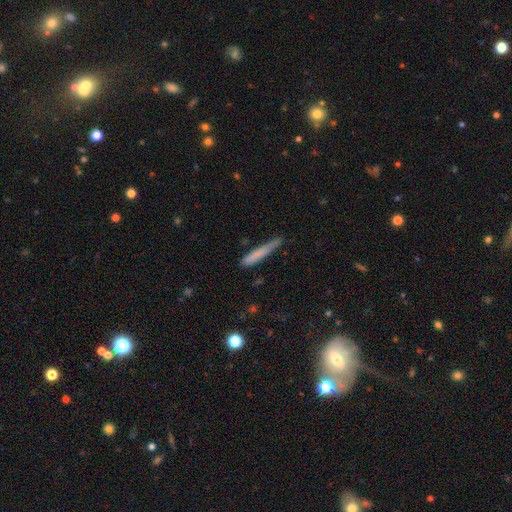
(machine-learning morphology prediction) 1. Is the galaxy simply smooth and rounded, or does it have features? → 74% smooth, 19% featured or disk, 7% star or artifact.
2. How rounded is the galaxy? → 95% cigar-shaped, 4% in between, 1% round.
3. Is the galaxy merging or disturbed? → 68% none, 24% minor disturbance, 5% major disturbance, 3% merger.